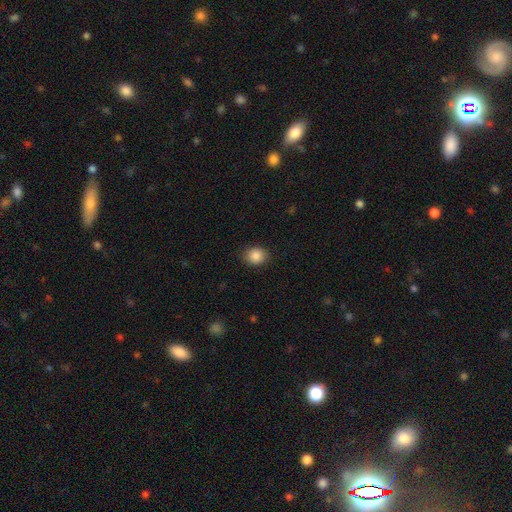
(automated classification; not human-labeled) Smooth or featured: smooth — 87% (star or artifact — 9%)
How rounded: round — 62% (in between — 37%)
Merging: none — 88% (minor disturbance — 9%)